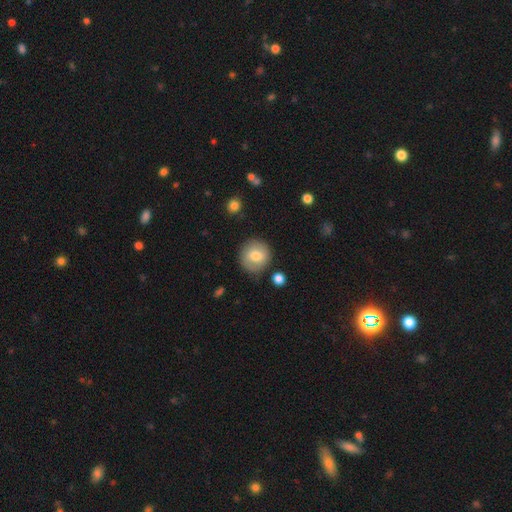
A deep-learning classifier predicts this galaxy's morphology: This is likely a smooth galaxy (73%). How rounded: clearly round (91%). Merging: clearly none (83%).